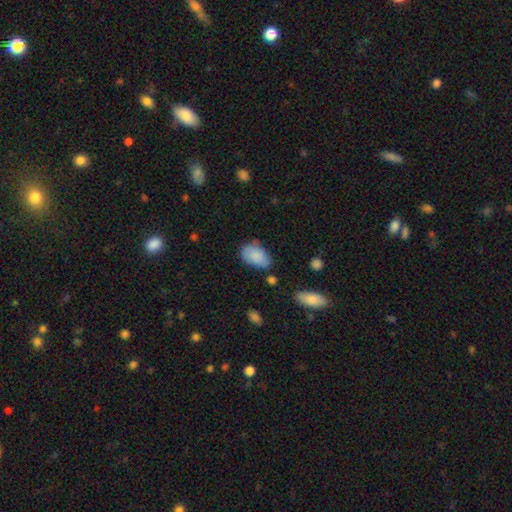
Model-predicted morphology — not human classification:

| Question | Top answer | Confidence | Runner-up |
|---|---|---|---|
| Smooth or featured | smooth | 84% | featured or disk (9%) |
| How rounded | in between | 91% | round (8%) |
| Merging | none | 61% | minor disturbance (27%) |